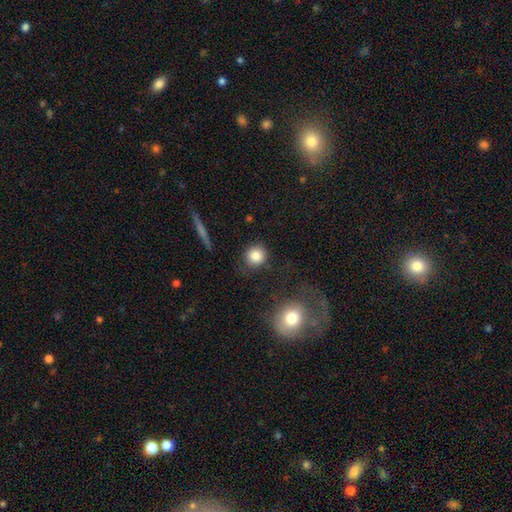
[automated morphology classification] The model was most divided on "smooth or featured": smooth: 83%, star or artifact: 10%, featured or disk: 7%. More confident: how rounded — round (89%); merging — none (84%).